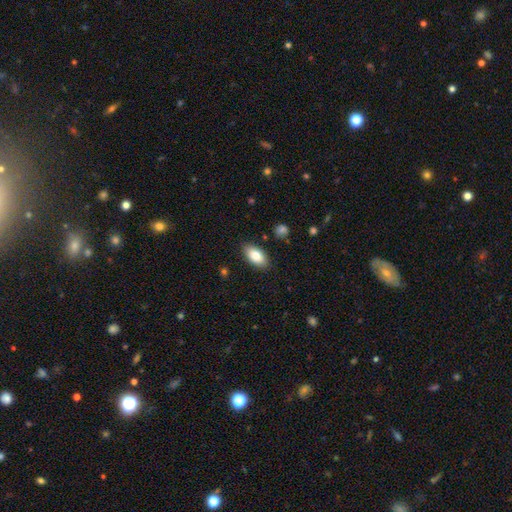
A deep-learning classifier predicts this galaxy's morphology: smooth_or_featured: smooth (p=0.83) [alt: featured or disk p=0.10]
how_rounded: in between (p=0.92) [alt: cigar-shaped p=0.04]
merging: none (p=0.86) [alt: minor disturbance p=0.10]